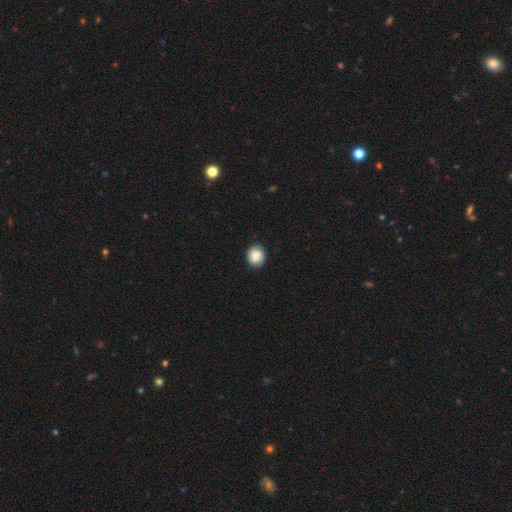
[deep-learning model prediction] The model was most divided on "how rounded": round: 75%, in between: 24%, cigar-shaped: 1%. More confident: merging — none (87%); smooth or featured — smooth (85%).